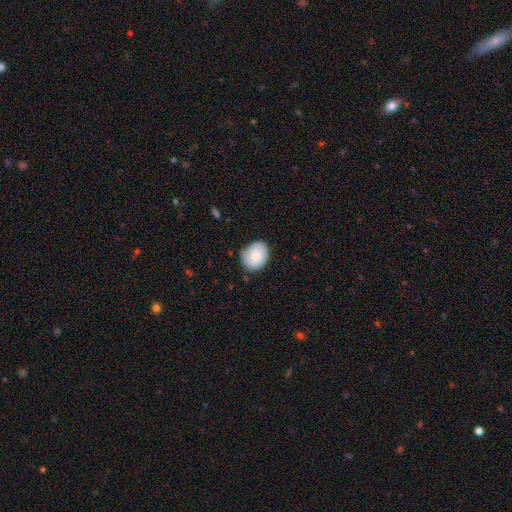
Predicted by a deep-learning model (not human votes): Smooth or featured? Predicted: smooth (p=0.79). How rounded? Predicted: round (p=0.54). Merging? Predicted: none (p=0.74).